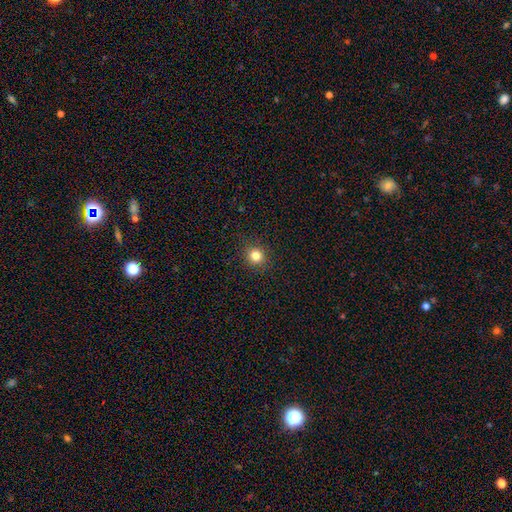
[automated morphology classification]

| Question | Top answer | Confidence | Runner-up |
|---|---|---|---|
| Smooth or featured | smooth | 82% | star or artifact (13%) |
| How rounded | round | 90% | in between (9%) |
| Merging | none | 91% | minor disturbance (6%) |